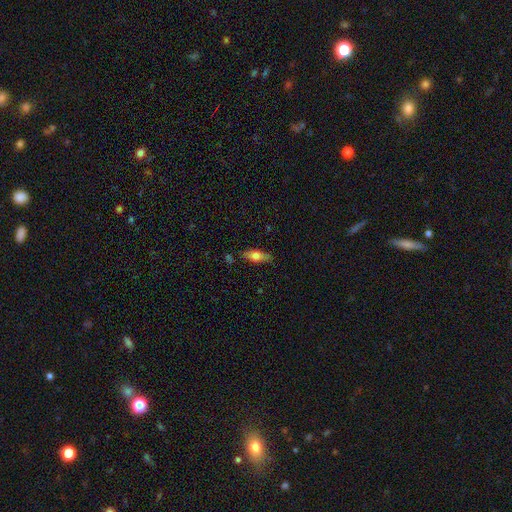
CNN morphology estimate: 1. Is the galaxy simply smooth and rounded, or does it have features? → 64% smooth, 29% featured or disk, 7% star or artifact.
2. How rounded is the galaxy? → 62% in between, 35% cigar-shaped, 3% round.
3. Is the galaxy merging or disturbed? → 79% none, 15% minor disturbance, 3% major disturbance, 3% merger.